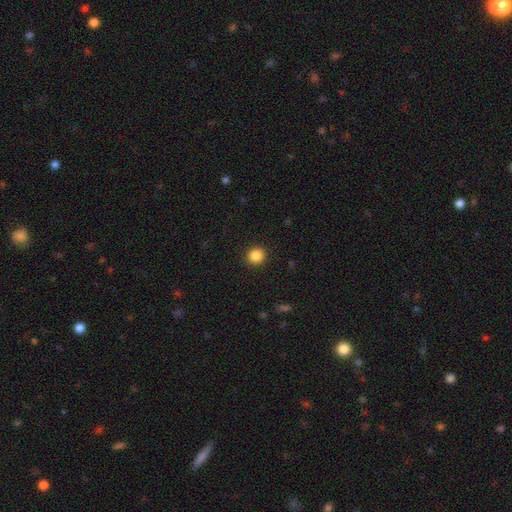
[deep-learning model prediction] Smooth or featured: smooth — 86% (star or artifact — 11%)
How rounded: round — 91% (in between — 8%)
Merging: none — 92% (minor disturbance — 5%)